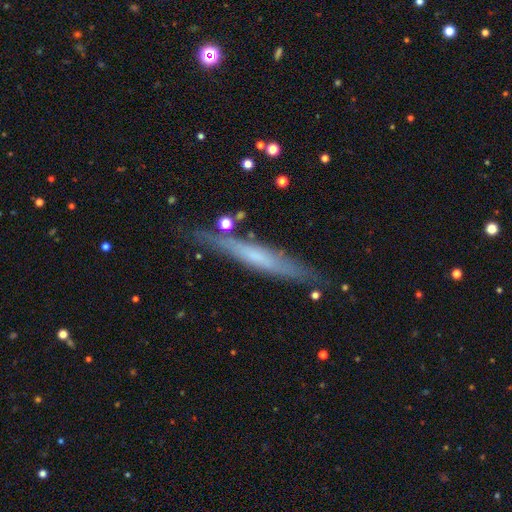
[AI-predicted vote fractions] This appears to be a featured or disk galaxy (48%). Merging: none (81%).